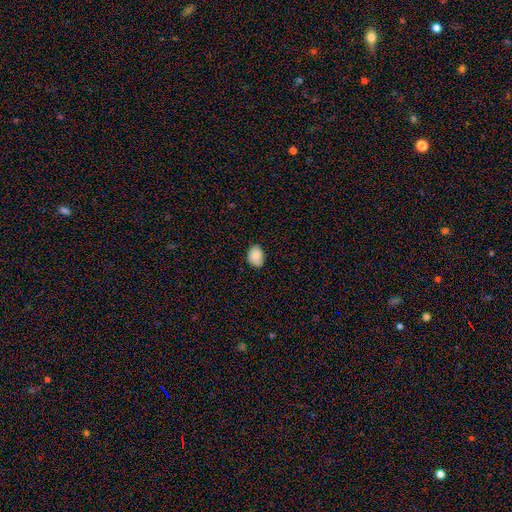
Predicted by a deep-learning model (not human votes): Q: Smooth or featured?
A: smooth (84%); runner-up: featured or disk (8%)
Q: How rounded?
A: in between (61%); runner-up: round (38%)
Q: Merging?
A: none (72%); runner-up: minor disturbance (23%)